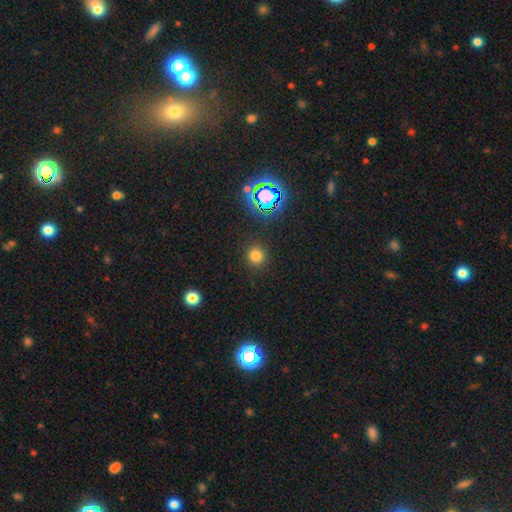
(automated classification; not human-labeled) A smooth galaxy with no disk features (74%) that is round (92%).

Vote fractions:
- Smooth or featured? smooth: 74% / star or artifact: 21% / featured or disk: 5%
- How rounded? round: 92% / in between: 7% / cigar-shaped: 1%
- Merging? none: 89% / minor disturbance: 7% / major disturbance: 3% / merger: 2%